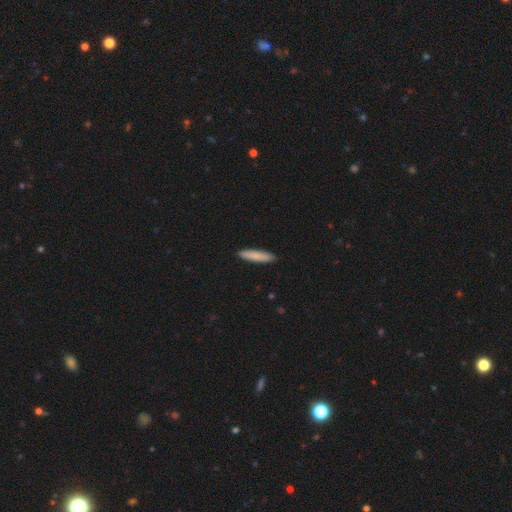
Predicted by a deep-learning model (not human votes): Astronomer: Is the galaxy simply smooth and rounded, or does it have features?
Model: smooth — 84%.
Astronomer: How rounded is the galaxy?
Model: cigar-shaped — 85%.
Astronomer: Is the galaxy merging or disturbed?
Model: none — 91%.